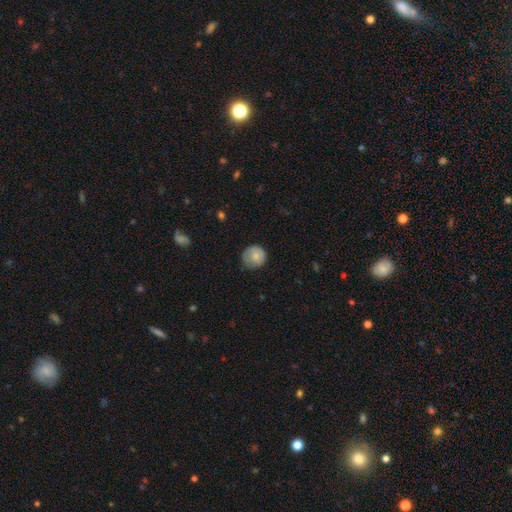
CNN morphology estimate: The model was most divided on "merging": none: 64%, minor disturbance: 27%, major disturbance: 7%, merger: 1%. More confident: how rounded — round (89%); smooth or featured — smooth (78%).